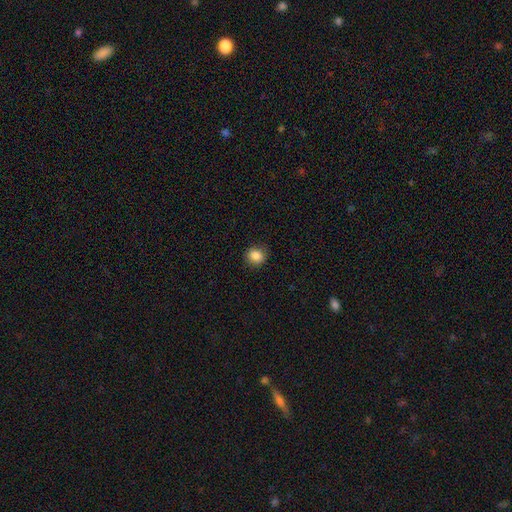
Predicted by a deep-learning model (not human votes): Smooth or featured? Predicted: smooth (p=0.86). How rounded? Predicted: round (p=0.85). Merging? Predicted: none (p=0.87).